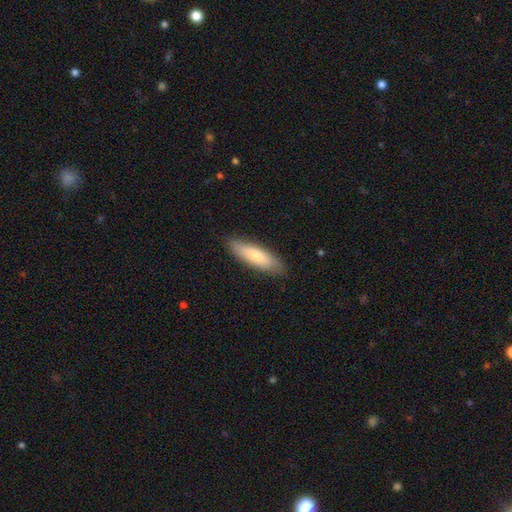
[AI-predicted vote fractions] Smooth or featured?
  - smooth: 78% *
  - featured or disk: 17%
  - star or artifact: 5%
How rounded?
  - cigar-shaped: 60% *
  - in between: 39%
  - round: 2%
Merging?
  - none: 86% *
  - minor disturbance: 11%
  - major disturbance: 2%
  - merger: 1%